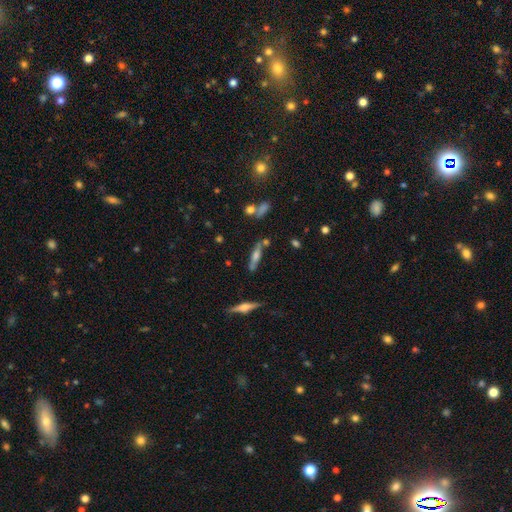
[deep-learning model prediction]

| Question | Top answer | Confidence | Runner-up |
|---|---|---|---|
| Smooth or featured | featured or disk | 58% | smooth (31%) |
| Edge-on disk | yes | 92% | no (8%) |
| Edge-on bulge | rounded | 85% | boxy (10%) |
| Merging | none | 71% | minor disturbance (15%) |